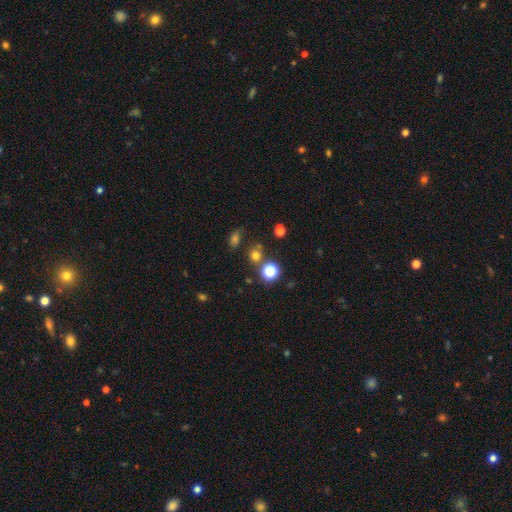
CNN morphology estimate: This is likely a smooth galaxy (64%). How rounded: clearly round (85%). Merging: likely none (71%).